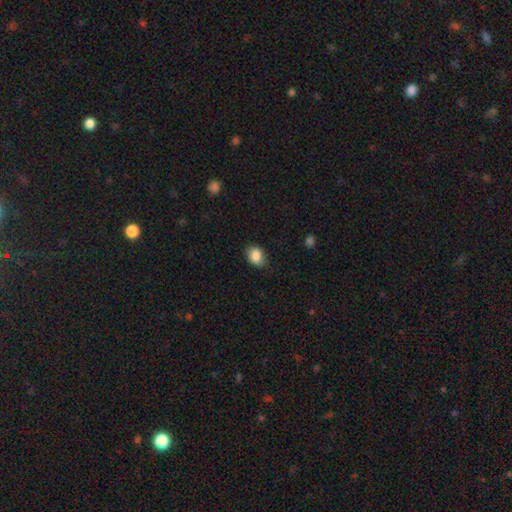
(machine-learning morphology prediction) smooth_or_featured: smooth (p=0.86) [alt: star or artifact p=0.08]
how_rounded: in between (p=0.62) [alt: round p=0.37]
merging: none (p=0.74) [alt: minor disturbance p=0.20]